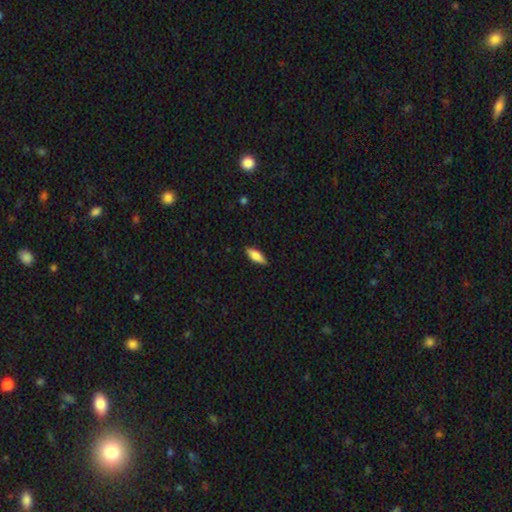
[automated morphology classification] smooth_or_featured: smooth (p=0.75) [alt: featured or disk p=0.18]
how_rounded: in between (p=0.62) [alt: cigar-shaped p=0.36]
merging: none (p=0.87) [alt: minor disturbance p=0.10]